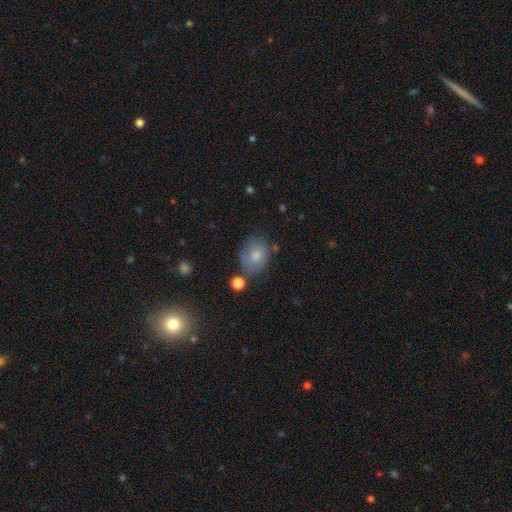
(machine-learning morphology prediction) smooth-or-featured: smooth: 77% | featured or disk: 14% | star or artifact: 8%
  how-rounded: in between: 63% | round: 36% | cigar-shaped: 1%
  merging: none: 61% | minor disturbance: 24% | major disturbance: 8% | merger: 7%